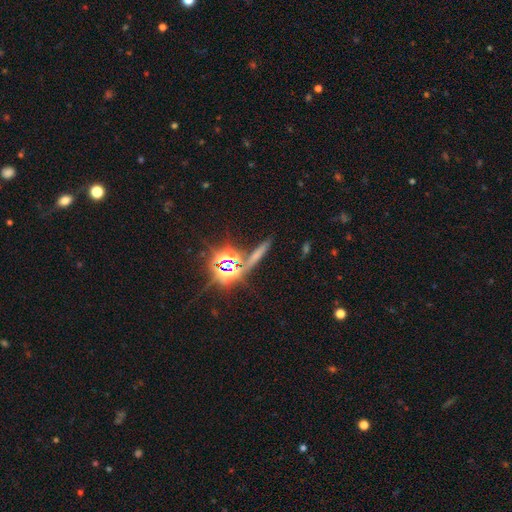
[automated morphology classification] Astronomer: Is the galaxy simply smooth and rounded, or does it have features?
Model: star or artifact — 44% (runner-up: smooth, 39%).